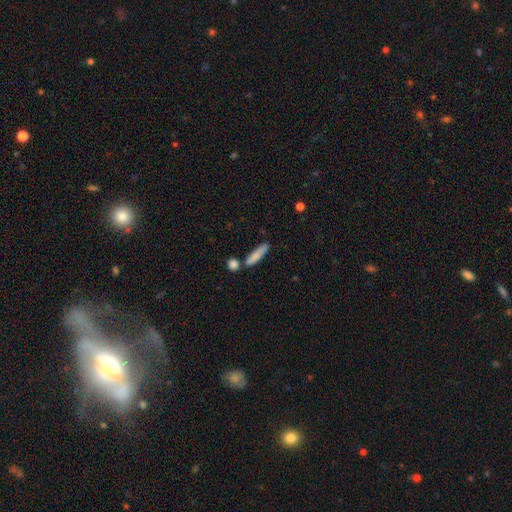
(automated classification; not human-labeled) smooth_or_featured: smooth (p=0.81) [alt: featured or disk p=0.13]
how_rounded: cigar-shaped (p=0.80) [alt: in between p=0.17]
merging: none (p=0.68) [alt: minor disturbance p=0.15]